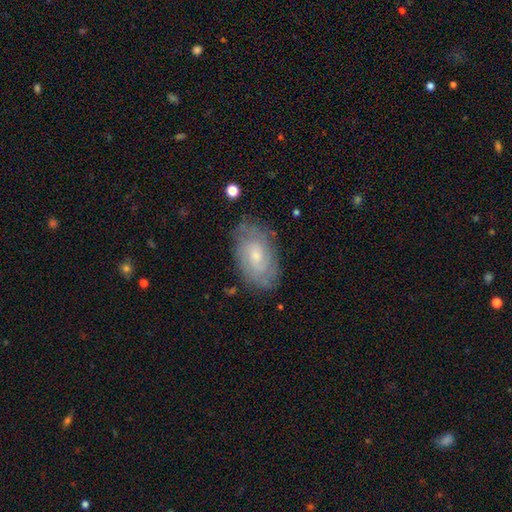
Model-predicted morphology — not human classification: Q: Smooth or featured?
A: featured or disk (61%); runner-up: smooth (30%)
Q: Edge-on disk?
A: no (94%); runner-up: yes (6%)
Q: Bar?
A: no (64%); runner-up: weak (32%)
Q: Spiral arms?
A: yes (83%); runner-up: no (17%)
Q: Bulge size?
A: small (51%); runner-up: moderate (41%)
Q: Merging?
A: none (78%); runner-up: minor disturbance (16%)